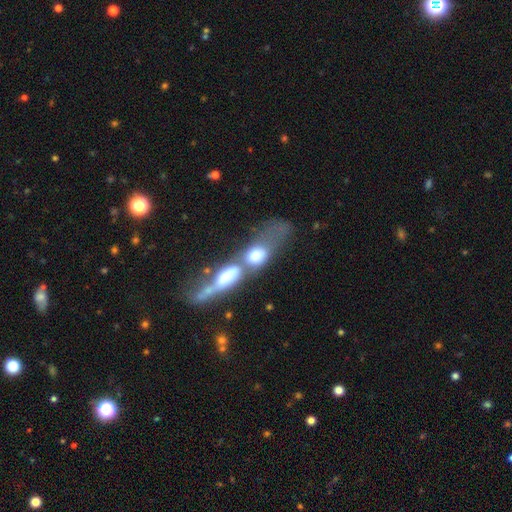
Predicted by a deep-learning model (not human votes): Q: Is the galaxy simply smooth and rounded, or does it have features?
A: smooth — 61%.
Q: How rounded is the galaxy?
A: in between — 72%.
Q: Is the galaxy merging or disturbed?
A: merger — 77%.